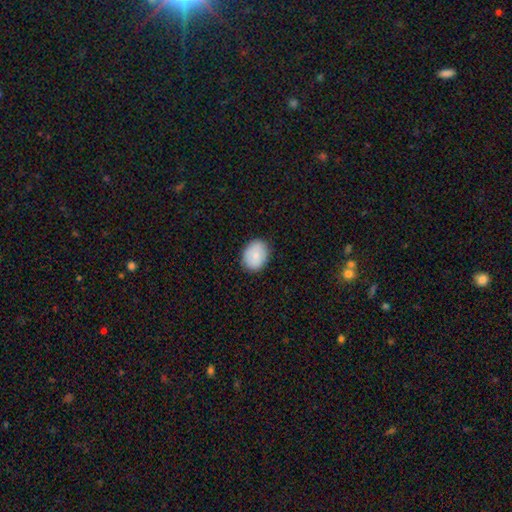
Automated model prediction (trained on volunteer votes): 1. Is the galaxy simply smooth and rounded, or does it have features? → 80% smooth, 13% featured or disk, 7% star or artifact.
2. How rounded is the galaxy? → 53% in between, 46% round, 1% cigar-shaped.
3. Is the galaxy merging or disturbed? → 87% none, 10% minor disturbance, 2% major disturbance, 1% merger.